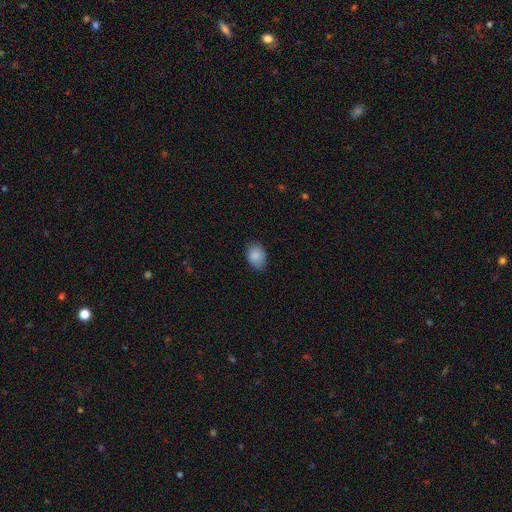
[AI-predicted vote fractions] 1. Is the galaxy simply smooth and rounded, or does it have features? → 88% smooth, 8% star or artifact, 5% featured or disk.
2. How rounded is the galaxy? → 76% in between, 23% round, 1% cigar-shaped.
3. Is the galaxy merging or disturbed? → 78% none, 18% minor disturbance, 3% major disturbance, 1% merger.